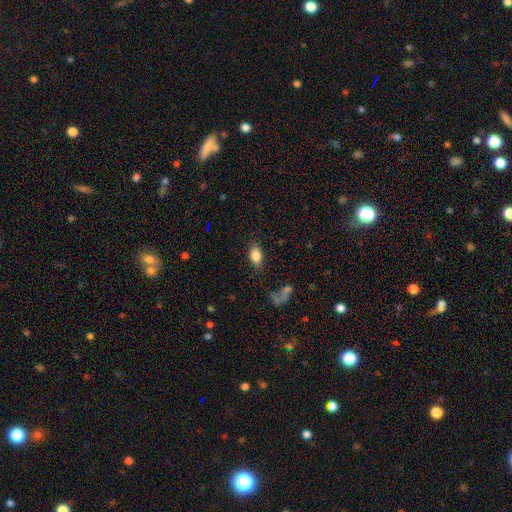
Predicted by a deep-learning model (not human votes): Overall: smooth (82%). How rounded: in between (83%). Merging: none (79%).